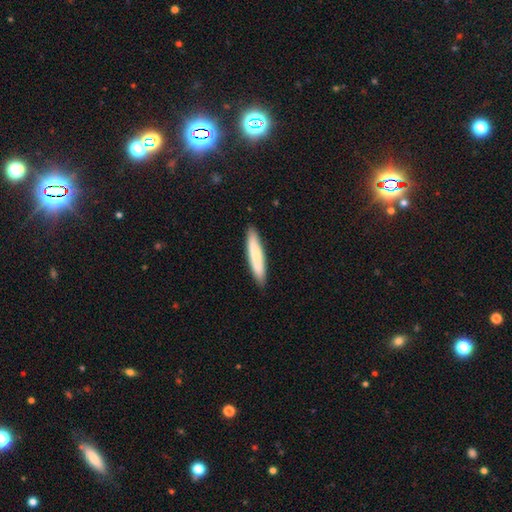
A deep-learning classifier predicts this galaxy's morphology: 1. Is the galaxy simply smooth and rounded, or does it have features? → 76% smooth, 18% featured or disk, 5% star or artifact.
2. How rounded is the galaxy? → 89% cigar-shaped, 10% in between, 1% round.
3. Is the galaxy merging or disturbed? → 89% none, 9% minor disturbance, 2% major disturbance, 1% merger.